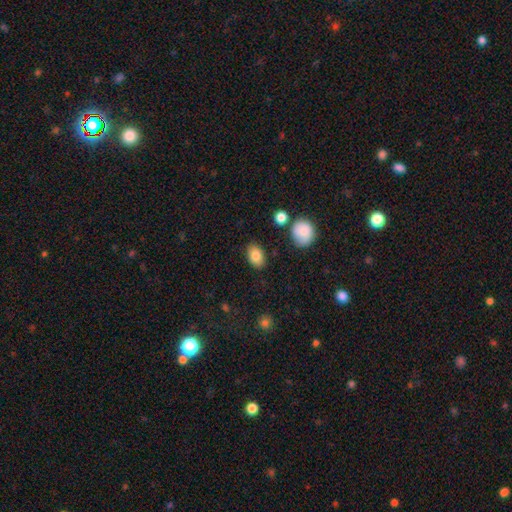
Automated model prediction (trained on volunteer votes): The model was most divided on "how rounded": in between: 83%, round: 16%, cigar-shaped: 1%. More confident: merging — none (85%); smooth or featured — smooth (83%).